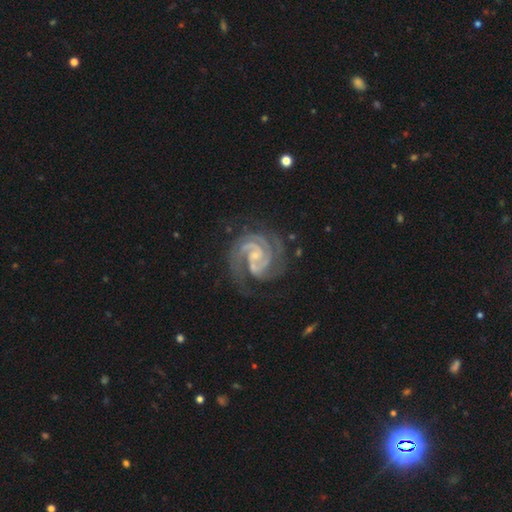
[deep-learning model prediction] This is clearly a featured or disk galaxy (93%). It is clearly not viewed edge-on (98%). Bar: marginally no (42%). Spiral arm pattern: clearly yes (99%). Spiral arm count: likely 2 (64%). Spiral winding: likely tight (68%). Central bulge: likely small (70%). Merging: likely none (70%).